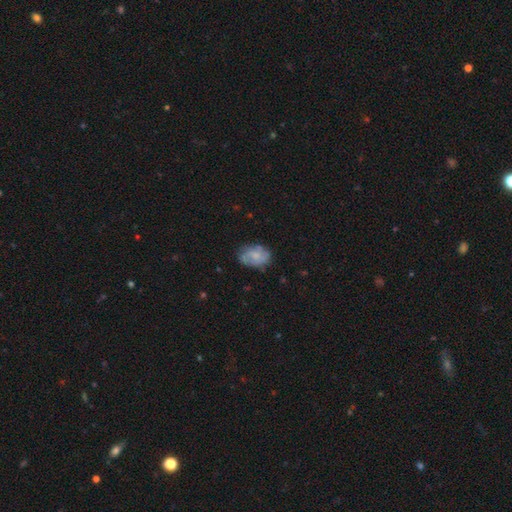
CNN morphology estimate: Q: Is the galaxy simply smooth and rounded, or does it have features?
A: smooth — 59%.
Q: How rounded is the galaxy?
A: in between — 83%.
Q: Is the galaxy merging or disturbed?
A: none — 66%.